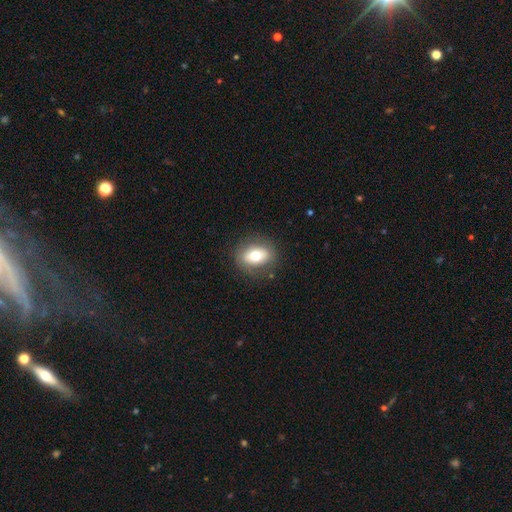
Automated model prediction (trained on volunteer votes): This is likely a smooth galaxy (69%). How rounded: likely in between (68%). Merging: clearly none (83%).